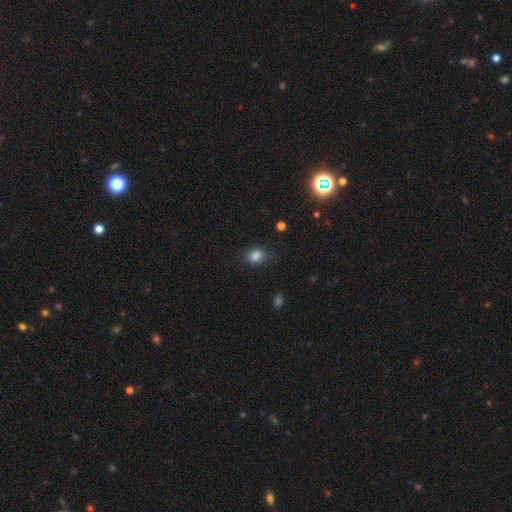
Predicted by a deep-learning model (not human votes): Smooth or featured? Predicted: smooth (p=0.84). How rounded? Predicted: in between (p=0.53). Merging? Predicted: none (p=0.76).